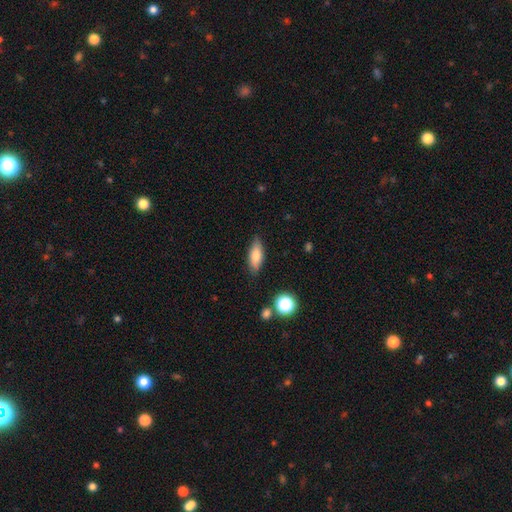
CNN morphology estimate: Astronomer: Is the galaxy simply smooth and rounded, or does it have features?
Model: smooth — 77%.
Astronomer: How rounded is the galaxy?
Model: in between — 70%.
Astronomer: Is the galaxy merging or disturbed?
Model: none — 82%.